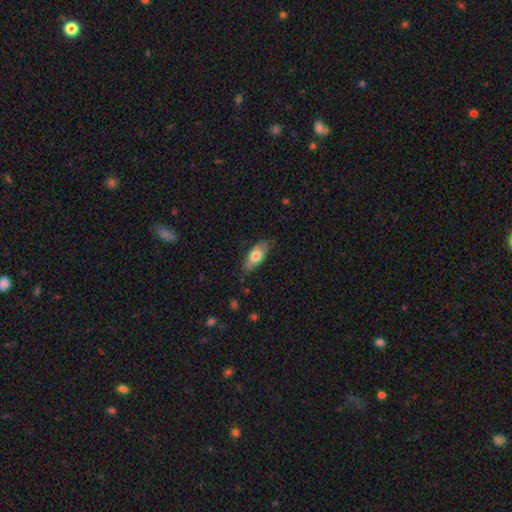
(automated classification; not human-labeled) Morphology: type=smooth (65%); roundness=in between (83%); merging=none (79%).